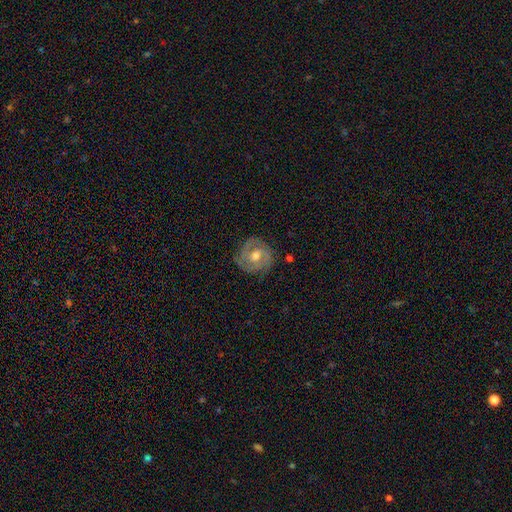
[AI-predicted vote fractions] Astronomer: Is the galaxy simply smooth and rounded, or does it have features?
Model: featured or disk — 78%.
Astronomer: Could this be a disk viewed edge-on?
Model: no — 97%.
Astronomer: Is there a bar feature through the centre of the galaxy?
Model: no — 59%.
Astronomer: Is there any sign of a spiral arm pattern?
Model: yes — 90%.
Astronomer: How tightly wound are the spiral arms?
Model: tight — 63%.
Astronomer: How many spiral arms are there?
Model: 2 — 44% (runner-up: 3, 23%).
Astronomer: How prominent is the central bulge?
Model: moderate — 76%.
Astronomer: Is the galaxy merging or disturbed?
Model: none — 79%.